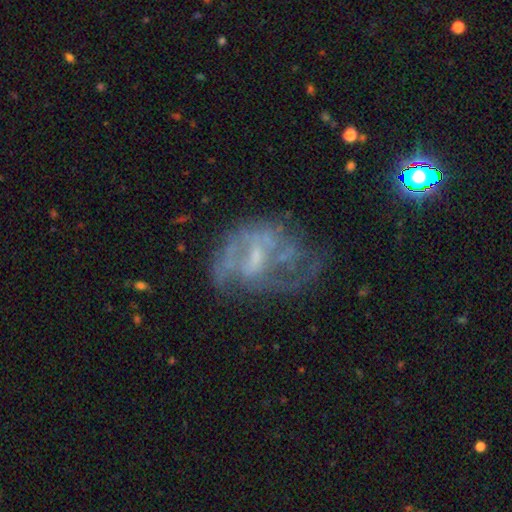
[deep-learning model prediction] Smooth or featured? featured or disk (74%)
Edge-on disk? no (97%)
Bar? weak (48%)
Spiral arms? yes (67%)
Bulge size? small (47%)
Merging? none (44%)